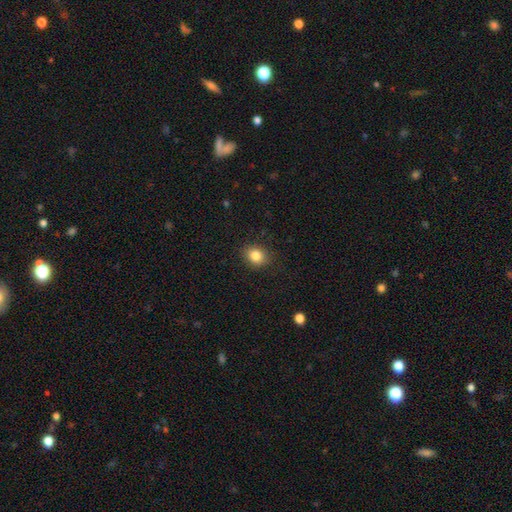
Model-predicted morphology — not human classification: smooth 84%, star or artifact 10%, featured or disk 6%. Down the decision tree: how rounded — round (58%); merging — none (86%).